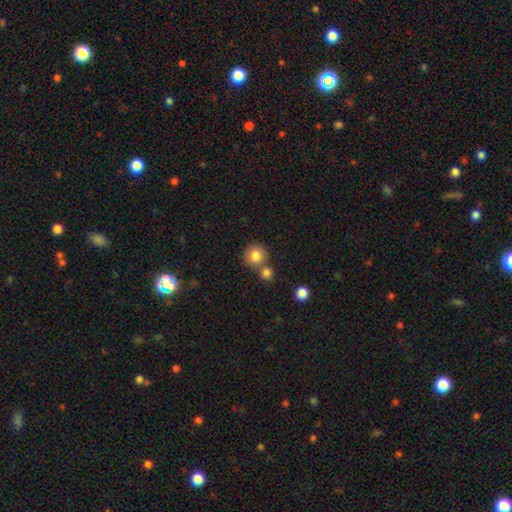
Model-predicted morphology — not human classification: smooth_or_featured: smooth (p=0.82) [alt: star or artifact p=0.10]
how_rounded: round (p=0.90) [alt: in between p=0.09]
merging: none (p=0.62) [alt: merger p=0.28]